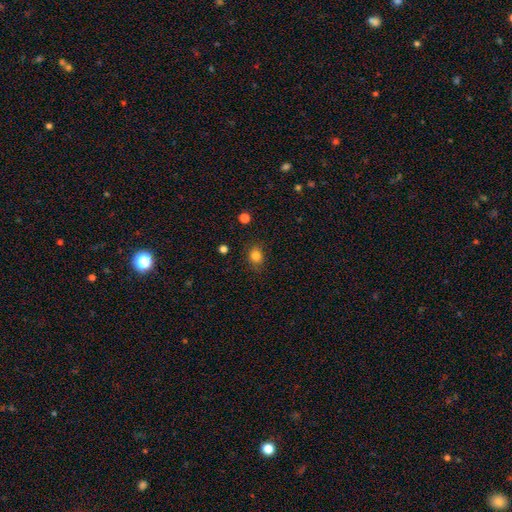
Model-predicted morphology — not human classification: A smooth galaxy with no disk features (83%) that is round (66%).

Vote fractions:
- Smooth or featured? smooth: 83% / star or artifact: 12% / featured or disk: 5%
- How rounded? round: 66% / in between: 33% / cigar-shaped: 1%
- Merging? none: 82% / minor disturbance: 13% / major disturbance: 3% / merger: 1%